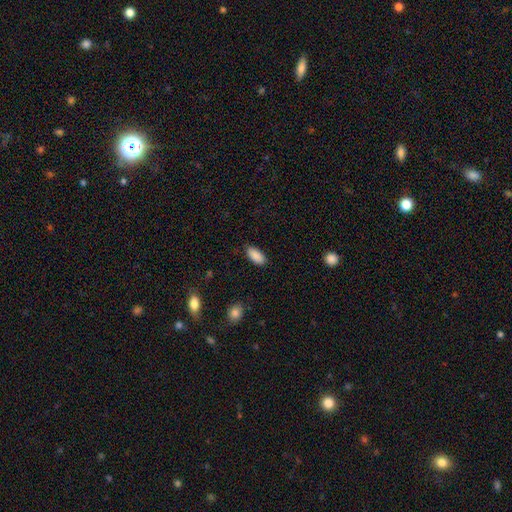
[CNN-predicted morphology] This appears to be a smooth galaxy with no disk features (89%) that is in between round and cigar-shaped (90%). Merging: none (87%).